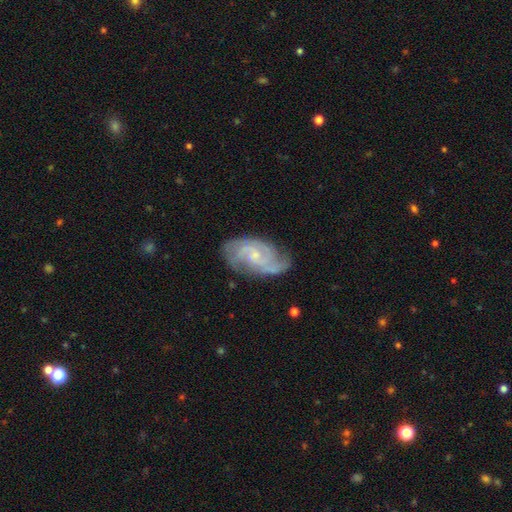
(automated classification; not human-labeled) Smooth or featured: featured or disk — 85% (smooth — 9%)
Edge-on disk: no — 97% (yes — 3%)
Bar: no — 58% (weak — 36%)
Spiral arms: yes — 97% (no — 3%)
Spiral winding: tight — 45% (medium — 44%)
Spiral arm count: 2 — 34% (3 — 28%)
Bulge size: small — 69% (moderate — 24%)
Merging: none — 72% (minor disturbance — 20%)